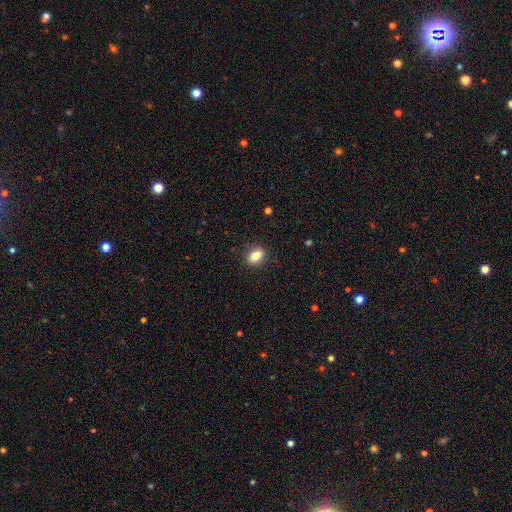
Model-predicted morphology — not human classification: Q: Smooth or featured?
A: smooth (82%); runner-up: star or artifact (9%)
Q: How rounded?
A: in between (78%); runner-up: round (19%)
Q: Merging?
A: none (88%); runner-up: minor disturbance (9%)